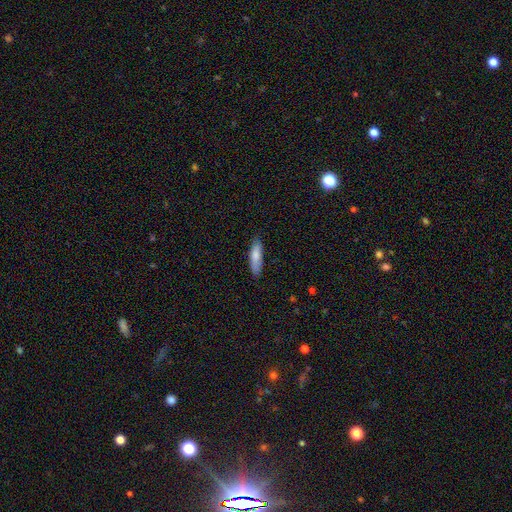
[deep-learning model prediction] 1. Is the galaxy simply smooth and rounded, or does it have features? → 81% smooth, 13% featured or disk, 6% star or artifact.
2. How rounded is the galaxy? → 62% cigar-shaped, 36% in between, 2% round.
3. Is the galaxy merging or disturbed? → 83% none, 13% minor disturbance, 2% major disturbance, 1% merger.